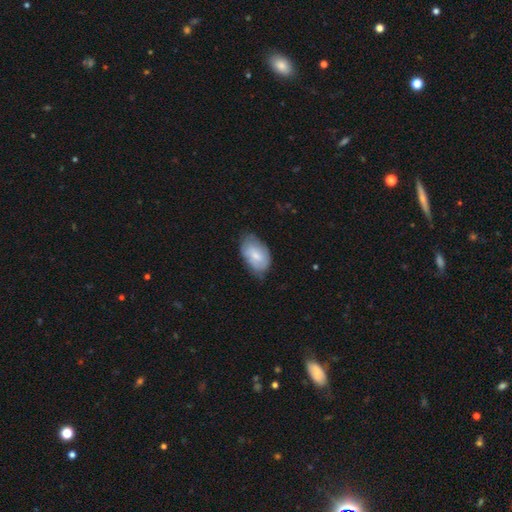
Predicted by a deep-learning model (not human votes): Q: Smooth or featured?
A: smooth (66%); runner-up: featured or disk (28%)
Q: How rounded?
A: in between (92%); runner-up: round (6%)
Q: Merging?
A: none (58%); runner-up: minor disturbance (33%)